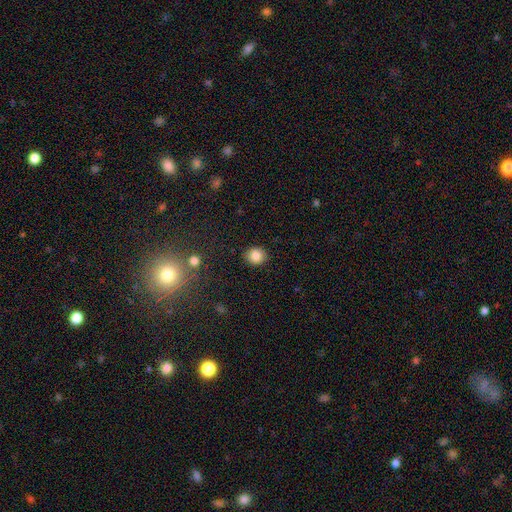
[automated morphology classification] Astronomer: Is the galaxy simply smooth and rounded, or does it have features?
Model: smooth — 84%.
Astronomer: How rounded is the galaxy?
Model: round — 73%.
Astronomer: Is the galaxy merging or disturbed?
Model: none — 89%.